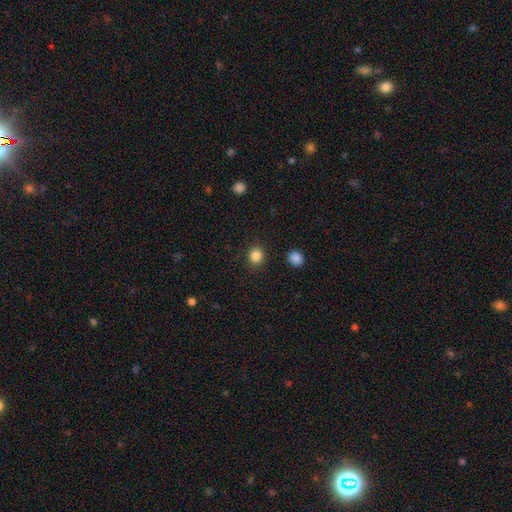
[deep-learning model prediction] A smooth galaxy with no disk features (85%) that is round (83%). Merging: none (90%).